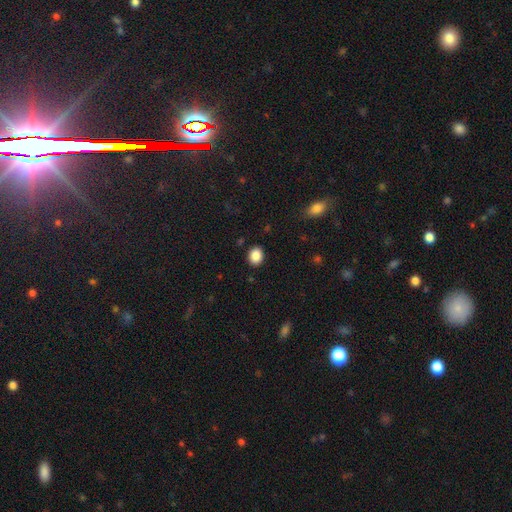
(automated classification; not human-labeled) Smooth or featured?
  - smooth: 88% *
  - star or artifact: 9%
  - featured or disk: 4%
How rounded?
  - round: 54% *
  - in between: 45%
  - cigar-shaped: 1%
Merging?
  - none: 89% *
  - minor disturbance: 7%
  - major disturbance: 2%
  - merger: 1%